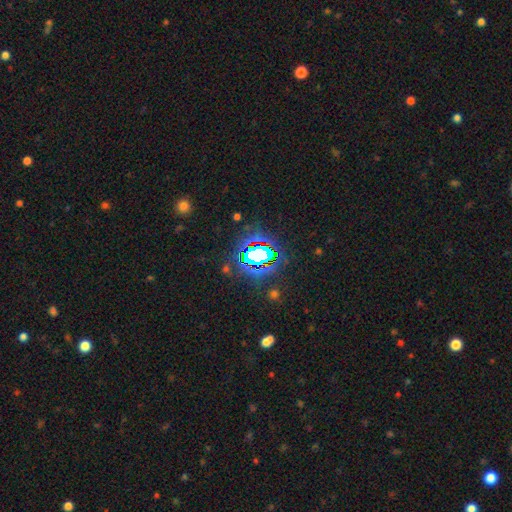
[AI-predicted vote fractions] Smooth or featured? Predicted: star or artifact (p=0.69).